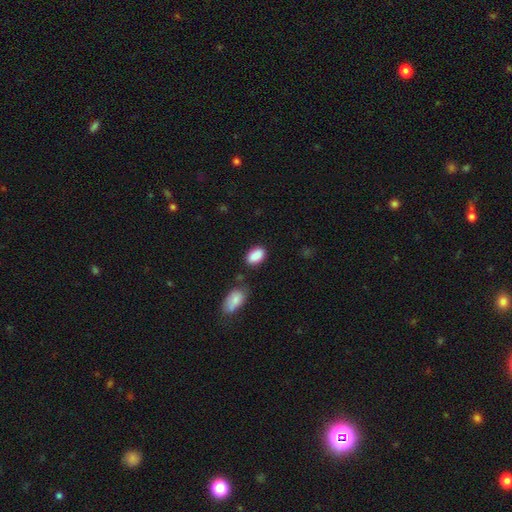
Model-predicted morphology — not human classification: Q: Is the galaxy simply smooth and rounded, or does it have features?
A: smooth — 89%.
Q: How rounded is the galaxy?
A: in between — 90%.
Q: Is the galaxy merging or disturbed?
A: none — 74%.